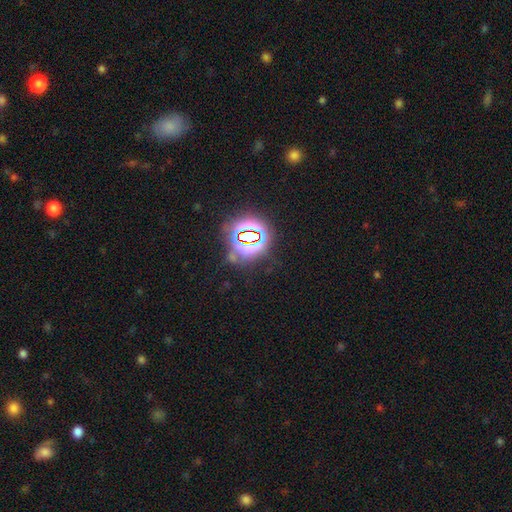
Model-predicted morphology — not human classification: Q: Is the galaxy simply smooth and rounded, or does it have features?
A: star or artifact — 80%.